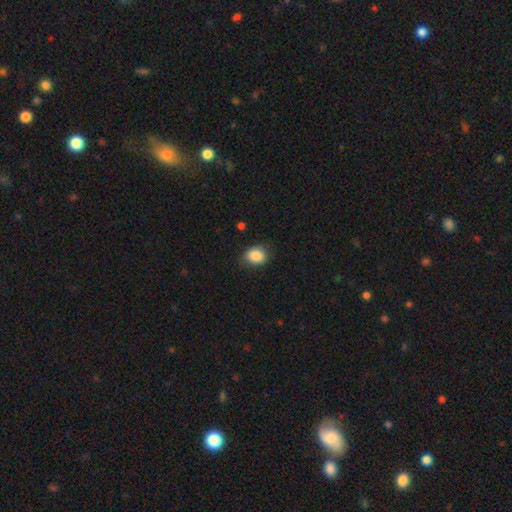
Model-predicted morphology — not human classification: A smooth galaxy with no disk features (86%) that is round (50%). Merging: none (74%).